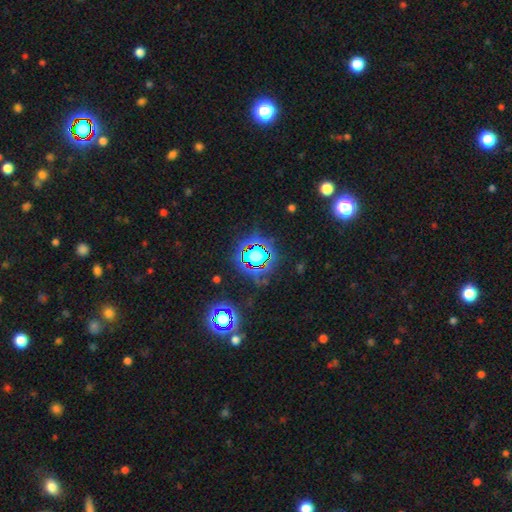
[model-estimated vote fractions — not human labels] A star or artifact, not a galaxy (66%).